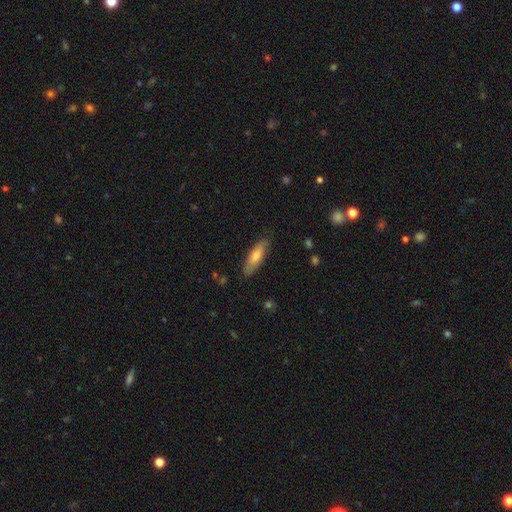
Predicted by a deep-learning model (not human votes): smooth-or-featured: smooth: 67% | featured or disk: 26% | star or artifact: 6%
  how-rounded: cigar-shaped: 58% | in between: 41% | round: 2%
  merging: none: 84% | minor disturbance: 13% | major disturbance: 2% | merger: 1%